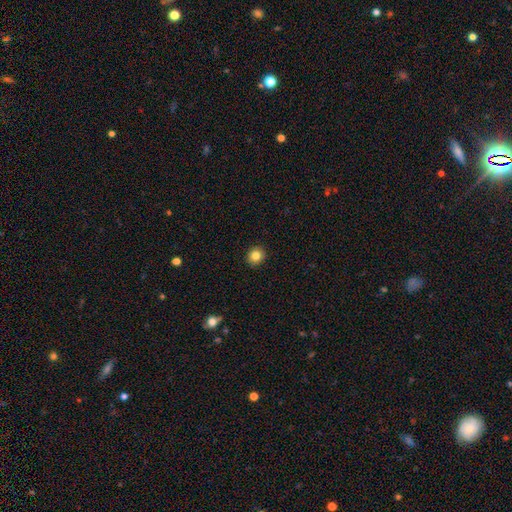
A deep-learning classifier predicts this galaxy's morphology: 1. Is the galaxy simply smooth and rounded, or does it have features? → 83% smooth, 11% star or artifact, 6% featured or disk.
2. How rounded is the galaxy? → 87% round, 12% in between, 1% cigar-shaped.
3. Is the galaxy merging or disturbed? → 92% none, 5% minor disturbance, 1% major disturbance, 1% merger.